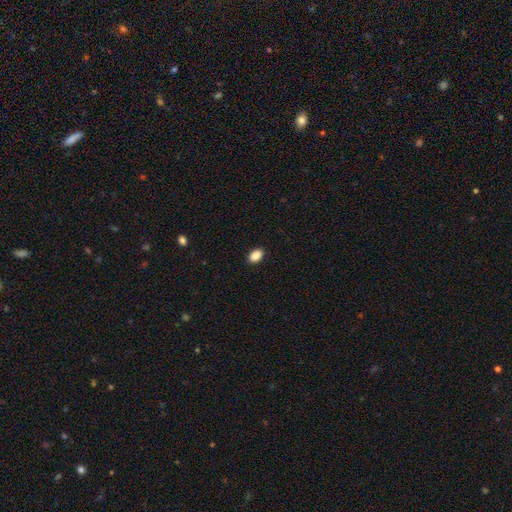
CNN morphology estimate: A smooth galaxy with no disk features (89%) that is in between round and cigar-shaped (89%).

Vote fractions:
- Smooth or featured? smooth: 89% / star or artifact: 8% / featured or disk: 3%
- How rounded? in between: 89% / round: 10% / cigar-shaped: 2%
- Merging? none: 90% / minor disturbance: 7% / major disturbance: 2% / merger: 1%